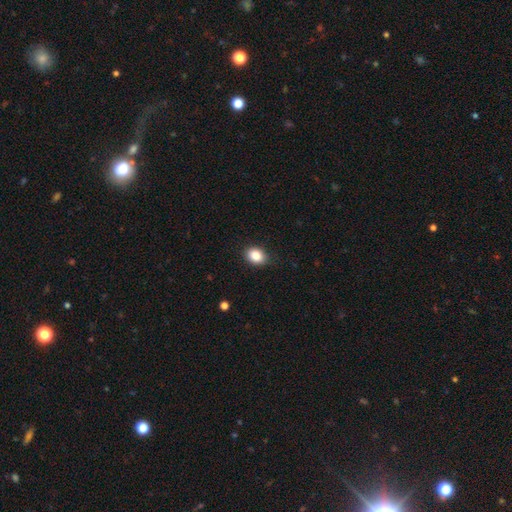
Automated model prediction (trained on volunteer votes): This appears to be a smooth galaxy with no disk features (86%) that is in between round and cigar-shaped (69%). Merging: none (86%).